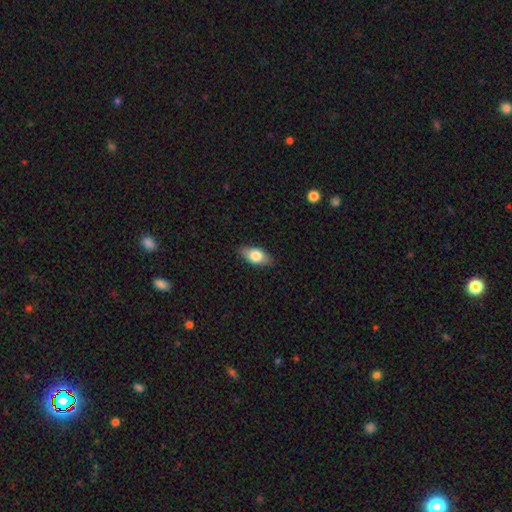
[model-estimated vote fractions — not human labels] A smooth galaxy with no disk features (75%) that is in between round and cigar-shaped (88%).

Vote fractions:
- Smooth or featured? smooth: 75% / featured or disk: 18% / star or artifact: 7%
- How rounded? in between: 88% / cigar-shaped: 7% / round: 5%
- Merging? none: 86% / minor disturbance: 11% / major disturbance: 2% / merger: 1%